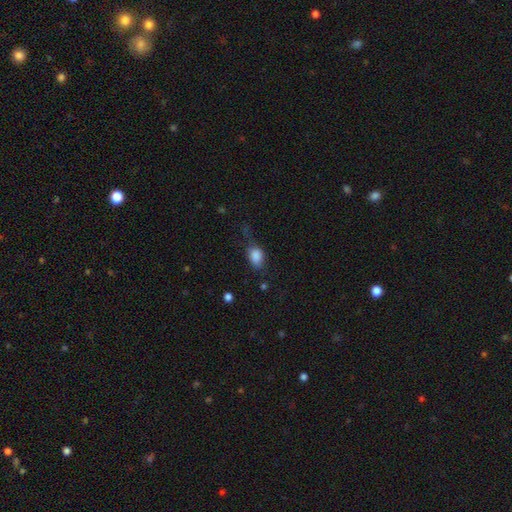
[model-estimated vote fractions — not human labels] Overall: smooth (84%). How rounded: in between (76%). Merging: none (50%; minor disturbance 31%).